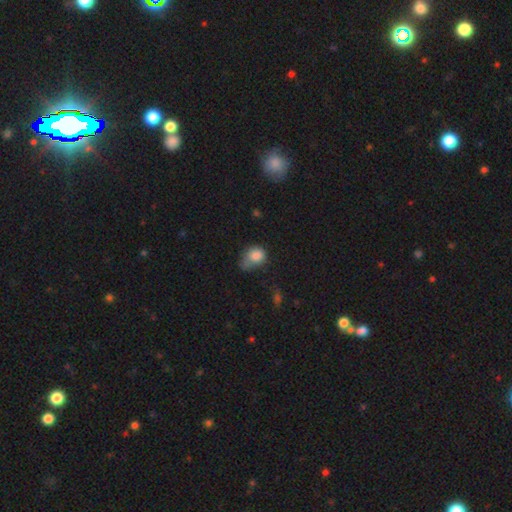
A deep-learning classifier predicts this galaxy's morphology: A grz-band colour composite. It shows a smooth galaxy with no disk features (81%) that is round (54%). Merging: minor disturbance (36%).